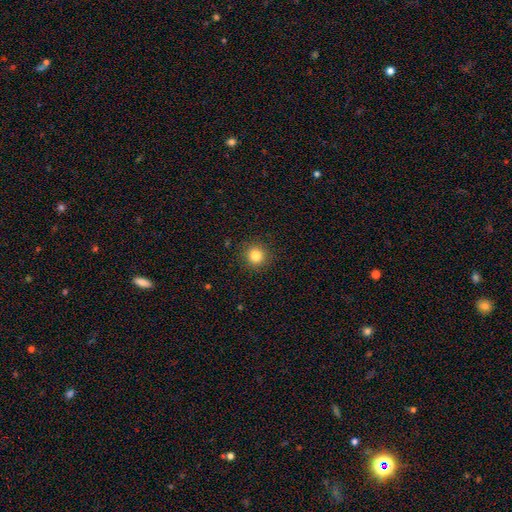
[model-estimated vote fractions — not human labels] The model was most divided on "smooth or featured": smooth: 83%, star or artifact: 12%, featured or disk: 5%. More confident: how rounded — round (93%); merging — none (91%).